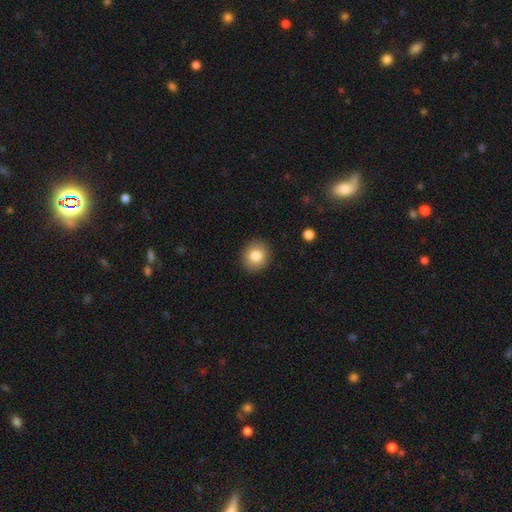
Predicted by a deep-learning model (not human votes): smooth 83%, star or artifact 9%, featured or disk 9%. Down the decision tree: how rounded — round (81%); merging — none (91%).